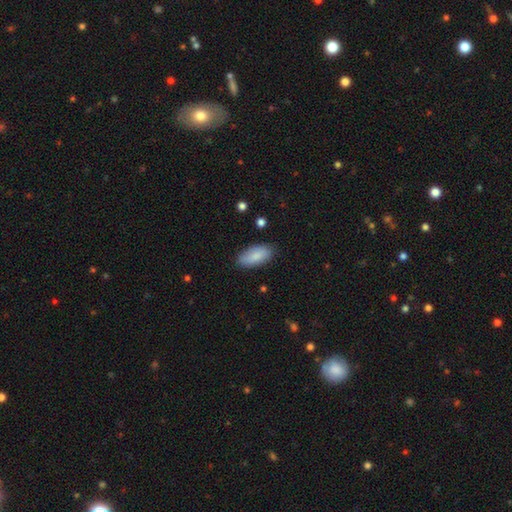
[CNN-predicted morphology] Smooth or featured?
  - smooth: 85% *
  - featured or disk: 9%
  - star or artifact: 6%
How rounded?
  - in between: 89% *
  - cigar-shaped: 10%
  - round: 2%
Merging?
  - none: 84% *
  - minor disturbance: 12%
  - major disturbance: 2%
  - merger: 1%